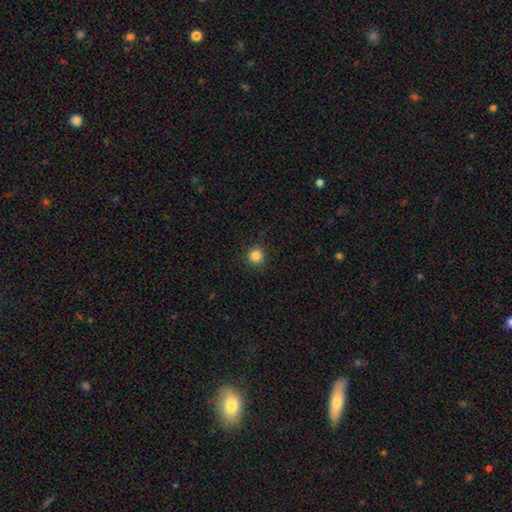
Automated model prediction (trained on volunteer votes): Q: Smooth or featured?
A: smooth (84%); runner-up: star or artifact (12%)
Q: How rounded?
A: round (94%); runner-up: in between (6%)
Q: Merging?
A: none (91%); runner-up: minor disturbance (6%)